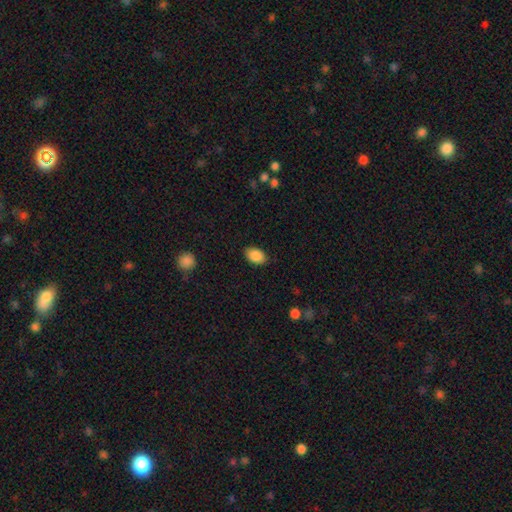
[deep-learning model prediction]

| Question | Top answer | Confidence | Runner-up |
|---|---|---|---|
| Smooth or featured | smooth | 88% | star or artifact (7%) |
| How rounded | in between | 87% | round (12%) |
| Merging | none | 85% | minor disturbance (11%) |